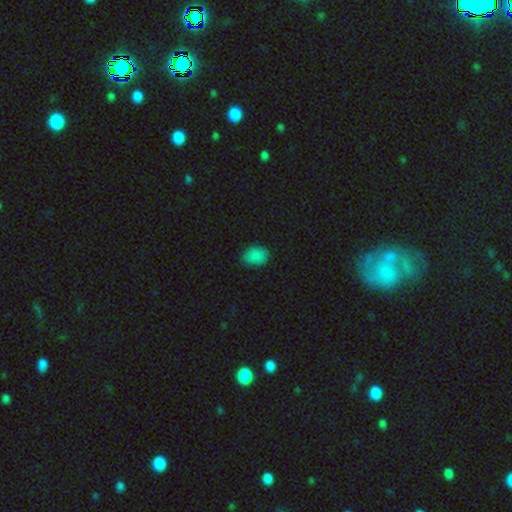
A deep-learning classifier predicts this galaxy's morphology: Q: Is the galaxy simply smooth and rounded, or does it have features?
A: smooth — 85%.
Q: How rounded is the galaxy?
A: in between — 68%.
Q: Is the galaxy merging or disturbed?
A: none — 78%.